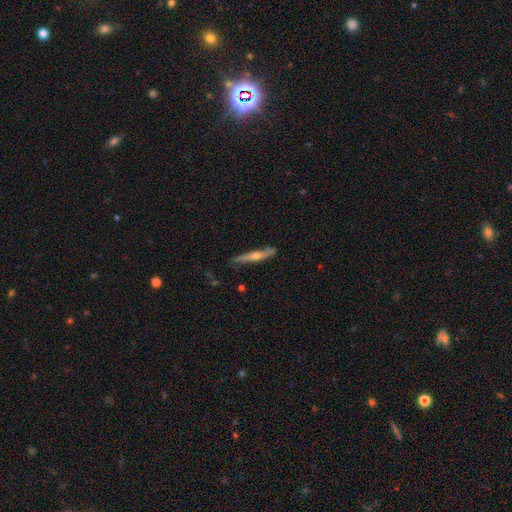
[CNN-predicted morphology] featured or disk 62%, smooth 32%, star or artifact 5%. Down the decision tree: edge-on disk — yes (92%); edge-on bulge — rounded (82%); merging — none (81%).